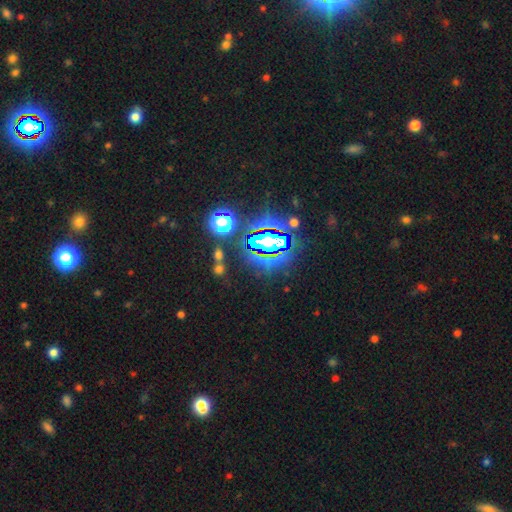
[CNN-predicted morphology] A star or artifact, not a galaxy (83%).

Vote fractions:
- Smooth or featured? star or artifact: 83% / smooth: 10% / featured or disk: 7%